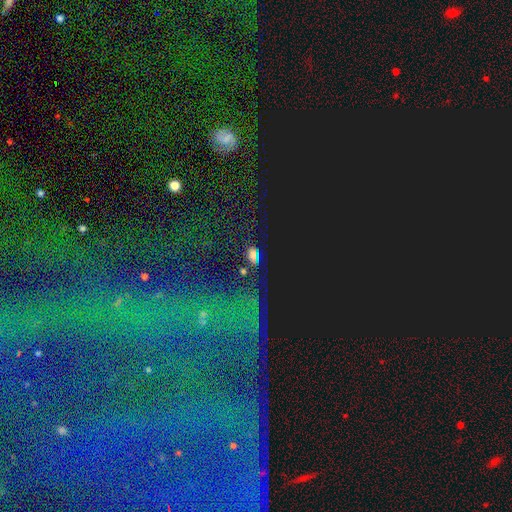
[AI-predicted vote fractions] Morphology: type=star or artifact (53%).